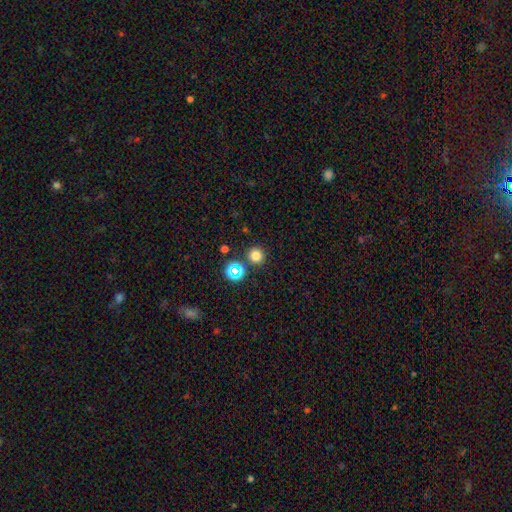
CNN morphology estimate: A smooth galaxy with no disk features (77%) that is round (94%).

Vote fractions:
- Smooth or featured? smooth: 77% / star or artifact: 18% / featured or disk: 5%
- How rounded? round: 94% / in between: 5% / cigar-shaped: 1%
- Merging? none: 85% / merger: 6% / minor disturbance: 6% / major disturbance: 2%